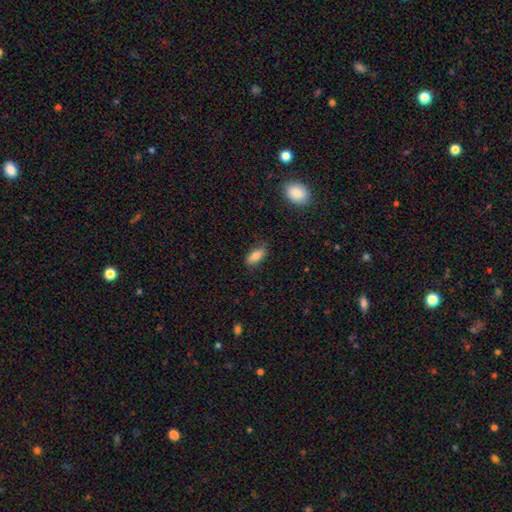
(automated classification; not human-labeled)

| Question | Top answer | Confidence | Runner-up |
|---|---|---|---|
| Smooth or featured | smooth | 83% | featured or disk (10%) |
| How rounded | in between | 82% | cigar-shaped (15%) |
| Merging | none | 78% | minor disturbance (17%) |